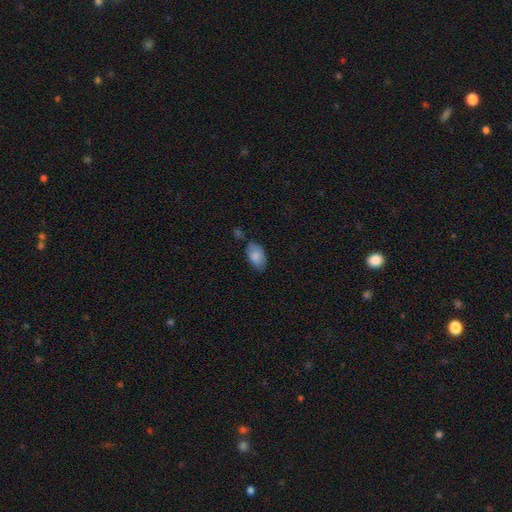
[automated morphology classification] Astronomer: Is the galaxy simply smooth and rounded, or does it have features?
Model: smooth — 83%.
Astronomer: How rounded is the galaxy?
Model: in between — 94%.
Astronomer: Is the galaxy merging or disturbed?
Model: none — 68%.